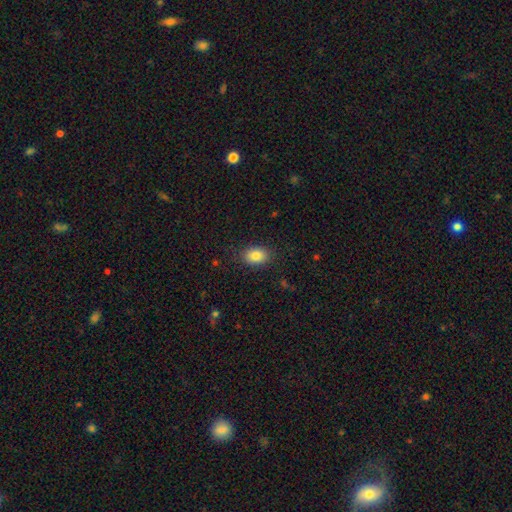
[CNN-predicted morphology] Smooth or featured: smooth — 84% (star or artifact — 9%)
How rounded: in between — 80% (round — 19%)
Merging: none — 86% (minor disturbance — 10%)